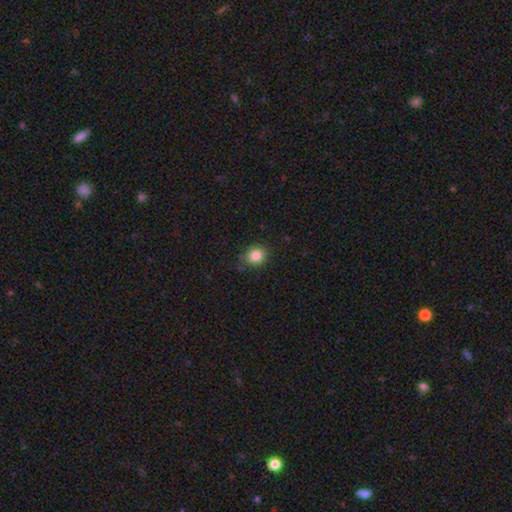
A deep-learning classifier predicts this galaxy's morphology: Smooth or featured? smooth (85%)
How rounded? round (75%)
Merging? none (83%)